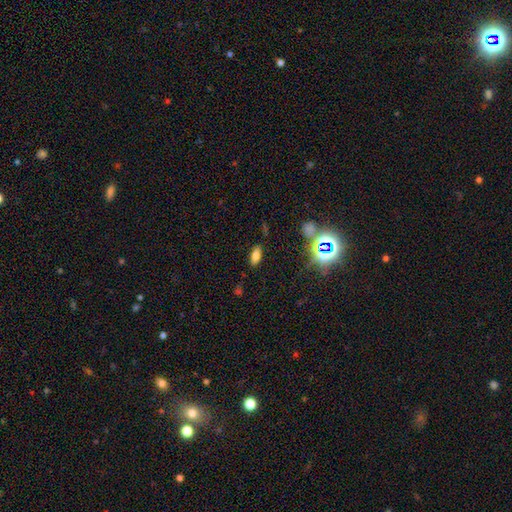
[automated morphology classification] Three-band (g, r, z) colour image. It shows a smooth galaxy with no disk features (70%) that is in between round and cigar-shaped (84%). Merging: none (84%).